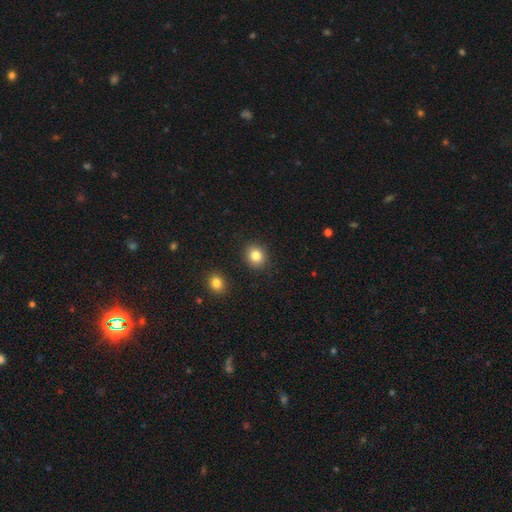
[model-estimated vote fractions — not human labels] Smooth or featured? smooth (84%)
How rounded? round (73%)
Merging? none (89%)